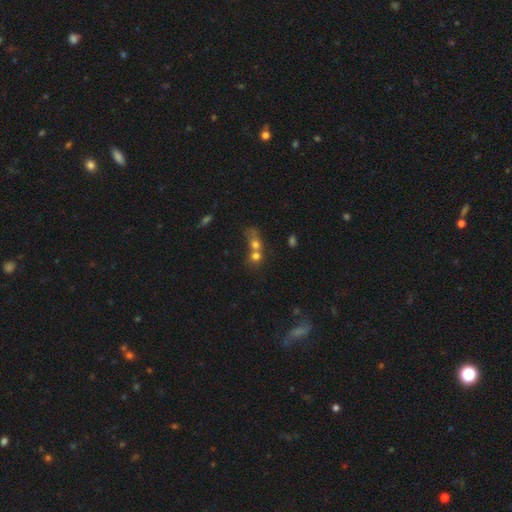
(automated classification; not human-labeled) The model was most divided on "how rounded": round: 68%, in between: 29%, cigar-shaped: 3%. More confident: merging — merger (68%); smooth or featured — smooth (67%).